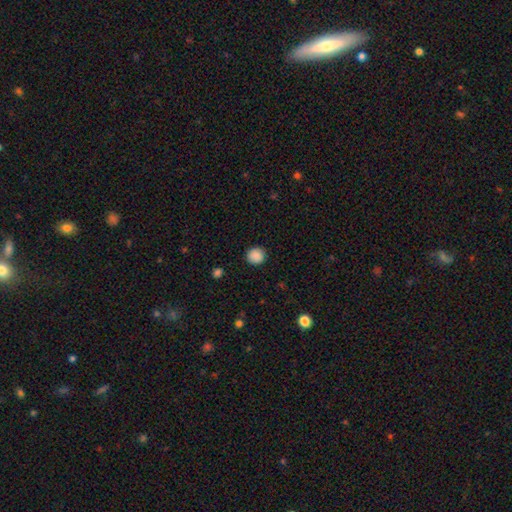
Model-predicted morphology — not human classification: This is clearly a smooth galaxy (89%). How rounded: clearly round (92%). Merging: clearly none (91%).